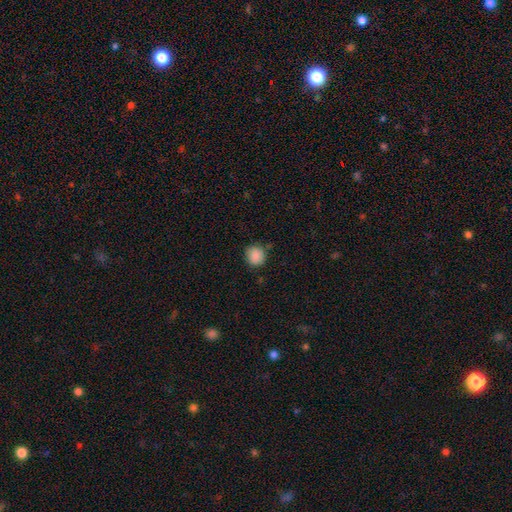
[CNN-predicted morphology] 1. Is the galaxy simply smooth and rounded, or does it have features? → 88% smooth, 9% star or artifact, 3% featured or disk.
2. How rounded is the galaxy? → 87% round, 12% in between, 1% cigar-shaped.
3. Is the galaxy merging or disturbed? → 81% none, 14% minor disturbance, 3% major disturbance, 2% merger.